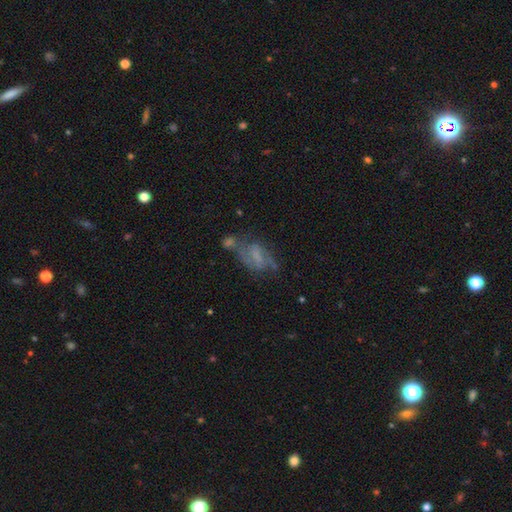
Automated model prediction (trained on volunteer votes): This is possibly a featured or disk galaxy (57%). It is clearly not viewed edge-on (94%). Bar: marginally weak (42%). Spiral arm pattern: likely yes (65%). Central bulge: possibly none (54%). Merging: marginally none (36%).